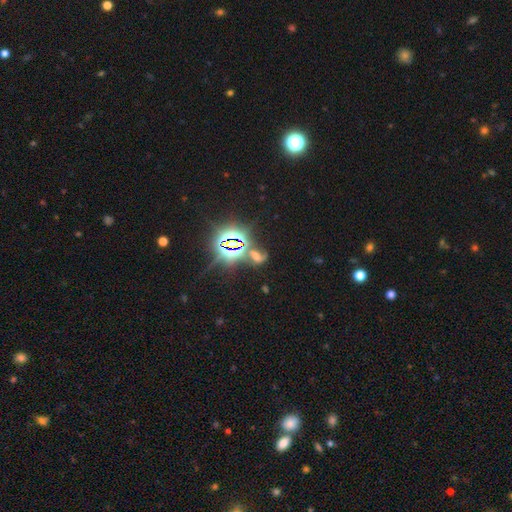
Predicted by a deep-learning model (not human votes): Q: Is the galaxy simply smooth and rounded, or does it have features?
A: star or artifact — 59%.